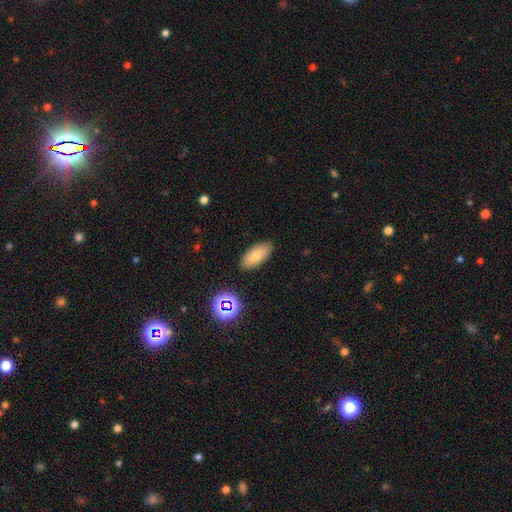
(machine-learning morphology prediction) Smooth or featured? smooth (77%)
How rounded? in between (85%)
Merging? none (87%)